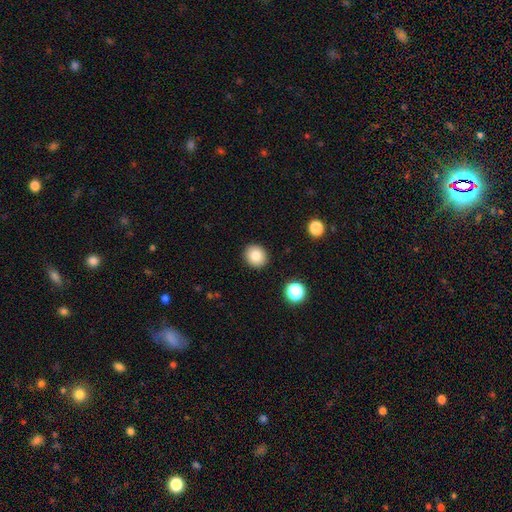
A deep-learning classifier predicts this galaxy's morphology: The model was most divided on "how rounded": round: 83%, in between: 16%, cigar-shaped: 1%. More confident: merging — none (91%); smooth or featured — smooth (83%).